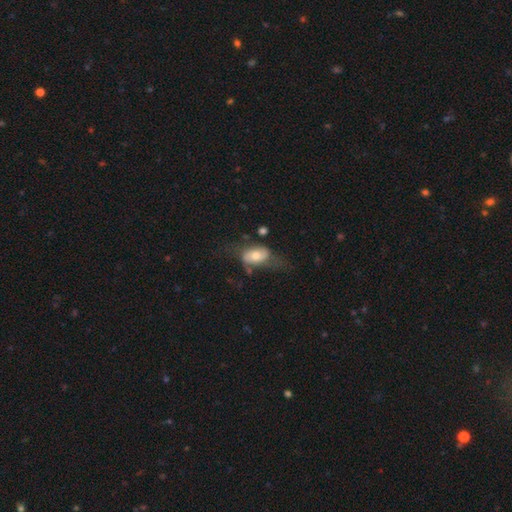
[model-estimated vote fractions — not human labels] Morphology: type=smooth (50%); roundness=in between (86%); merging=none (40%).